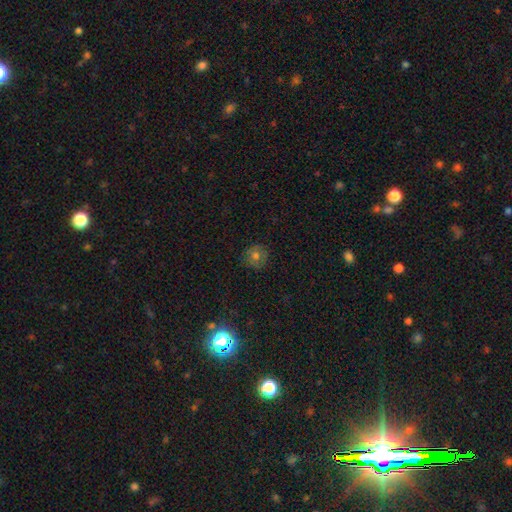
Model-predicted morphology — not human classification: This appears to be a smooth galaxy with no disk features (60%) that is round (90%). Merging: none (85%).